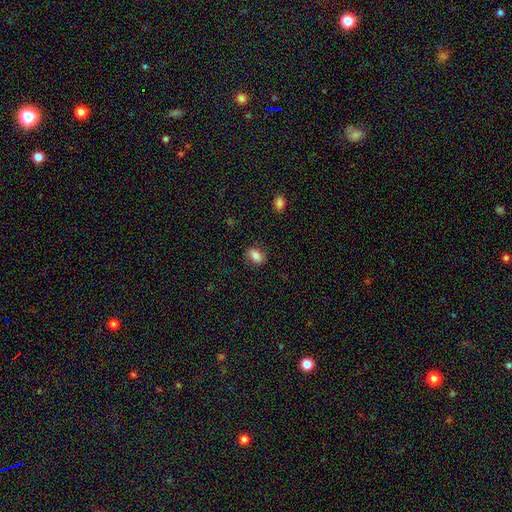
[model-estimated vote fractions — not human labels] Smooth or featured? smooth (83%)
How rounded? in between (82%)
Merging? none (80%)